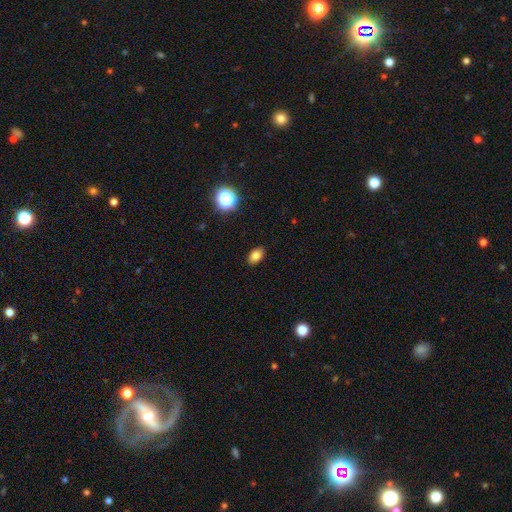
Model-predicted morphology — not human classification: smooth 81%, star or artifact 11%, featured or disk 7%. Down the decision tree: how rounded — in between (88%); merging — none (89%).